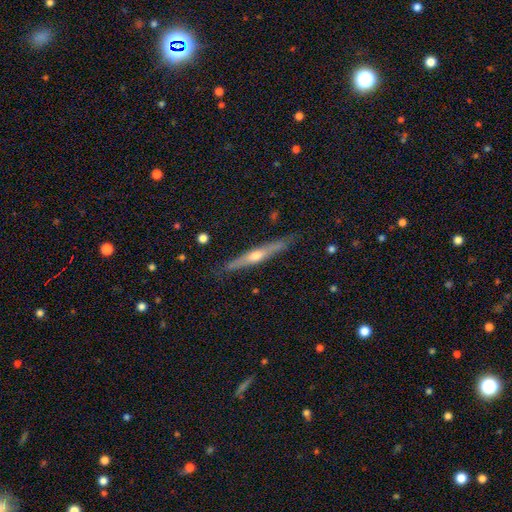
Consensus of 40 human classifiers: featured or disk 68%, smooth 28%, star or artifact 5%. Down the decision tree: edge-on disk — yes (96%); edge-on bulge — rounded (81%); merging — none (76%).